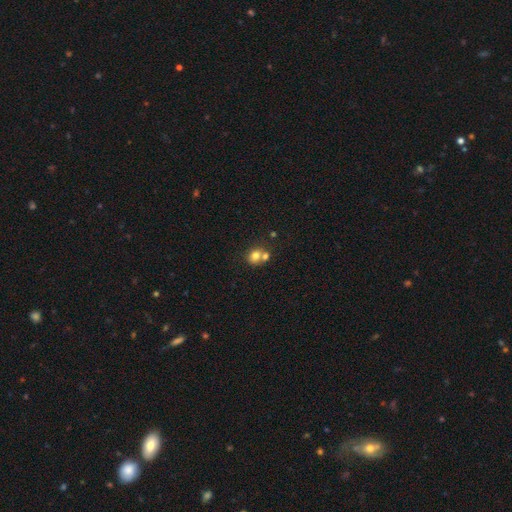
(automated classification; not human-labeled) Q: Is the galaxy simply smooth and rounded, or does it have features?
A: smooth — 75%.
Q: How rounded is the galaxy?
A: round — 75%.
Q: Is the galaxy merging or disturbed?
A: merger — 47%.